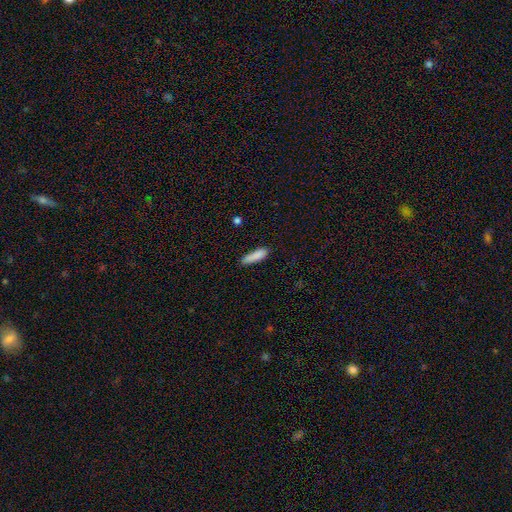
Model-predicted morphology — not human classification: type=smooth (86%); roundness=cigar-shaped (66%); merging=none (79%).